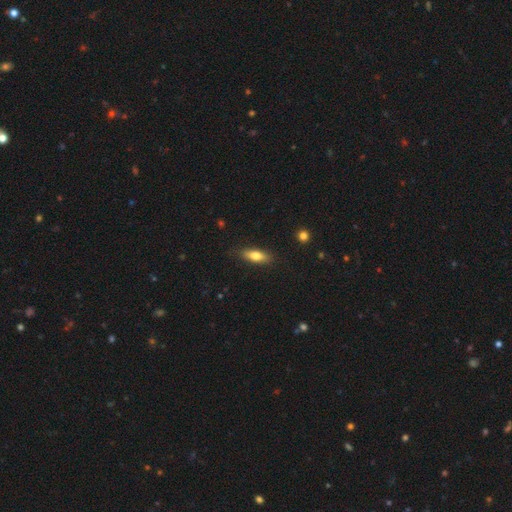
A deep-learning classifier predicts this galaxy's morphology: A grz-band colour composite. It shows a smooth galaxy with no disk features (71%) that is in between round and cigar-shaped (57%). Merging: none (86%).